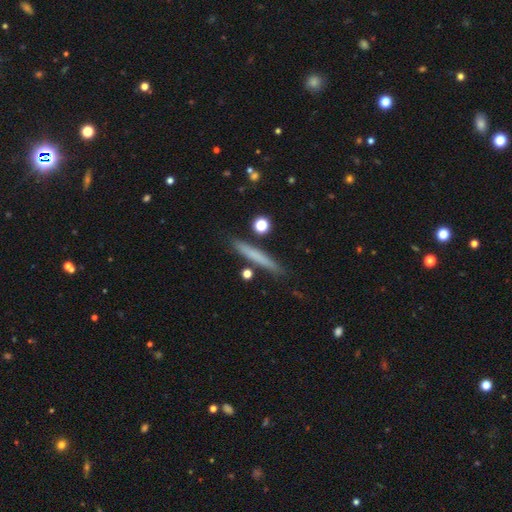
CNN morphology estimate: Smooth or featured? Predicted: smooth (p=0.67). How rounded? Predicted: cigar-shaped (p=0.95). Merging? Predicted: none (p=0.87).